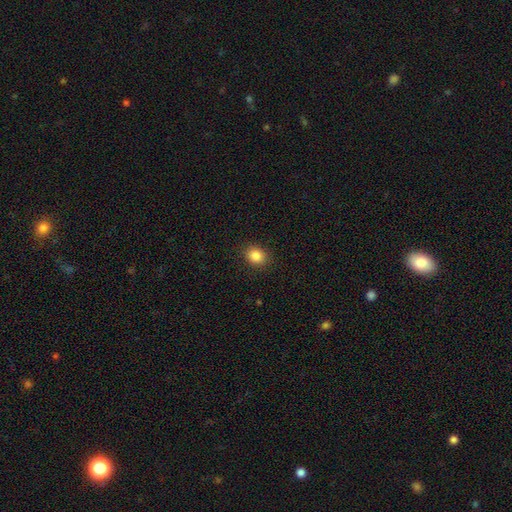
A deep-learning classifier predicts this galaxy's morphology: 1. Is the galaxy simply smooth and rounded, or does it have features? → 85% smooth, 10% star or artifact, 5% featured or disk.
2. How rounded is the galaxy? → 60% round, 39% in between, 1% cigar-shaped.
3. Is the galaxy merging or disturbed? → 90% none, 7% minor disturbance, 2% major disturbance, 1% merger.